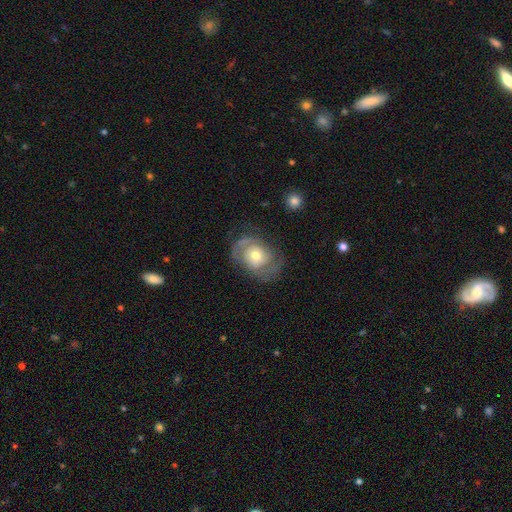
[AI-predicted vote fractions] This appears to be a featured or disk galaxy (68%) with no bar (75%), 2 (66%) medium (41%) spiral arms (81%) and a moderate central bulge (66%). Merging: none (60%).